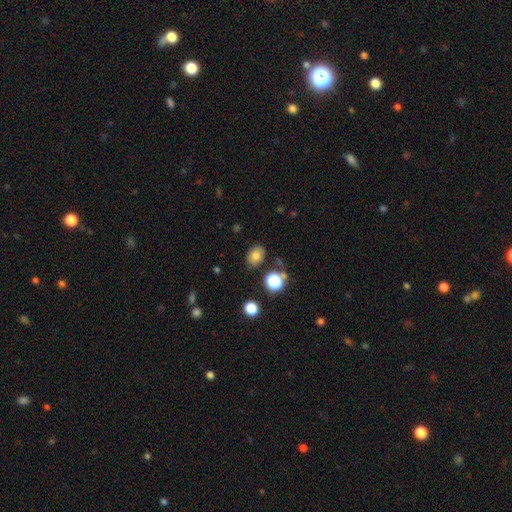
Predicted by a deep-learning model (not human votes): smooth 76%, star or artifact 14%, featured or disk 9%. Down the decision tree: how rounded — in between (69%); merging — none (79%).